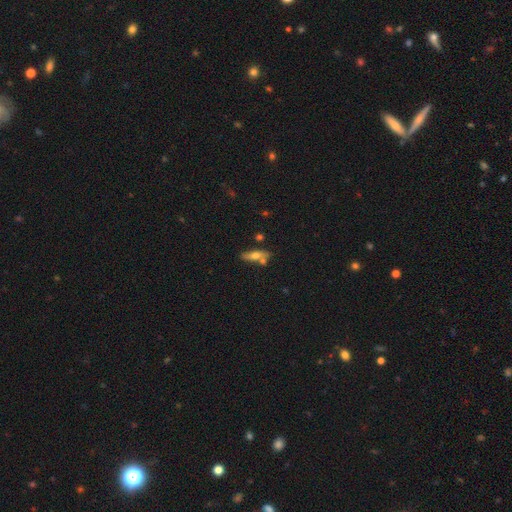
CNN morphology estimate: Smooth or featured?
  - smooth: 53% *
  - featured or disk: 38%
  - star or artifact: 8%
How rounded?
  - cigar-shaped: 54% *
  - in between: 42%
  - round: 4%
Merging?
  - none: 64% *
  - merger: 17%
  - minor disturbance: 15%
  - major disturbance: 4%